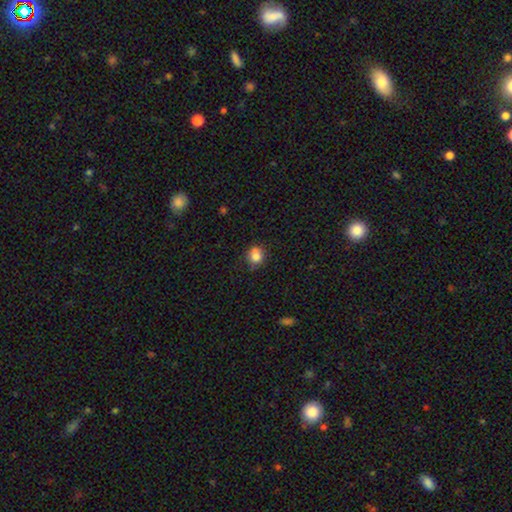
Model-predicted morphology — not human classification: The model was most divided on "how rounded": round: 69%, in between: 30%, cigar-shaped: 1%. More confident: smooth or featured — smooth (81%); merging — none (64%).